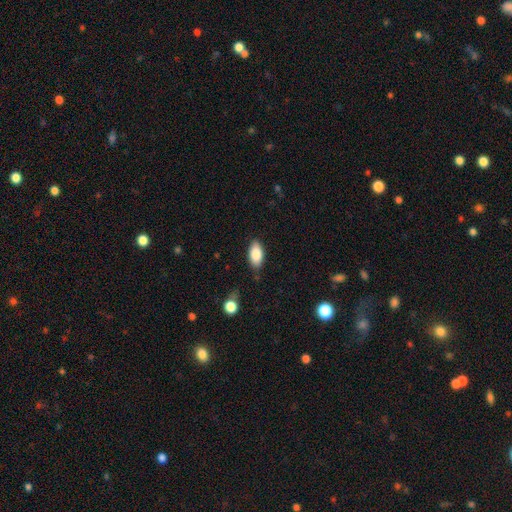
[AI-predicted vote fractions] This appears to be a smooth galaxy with no disk features (85%) that is in between round and cigar-shaped (92%). Merging: none (80%).